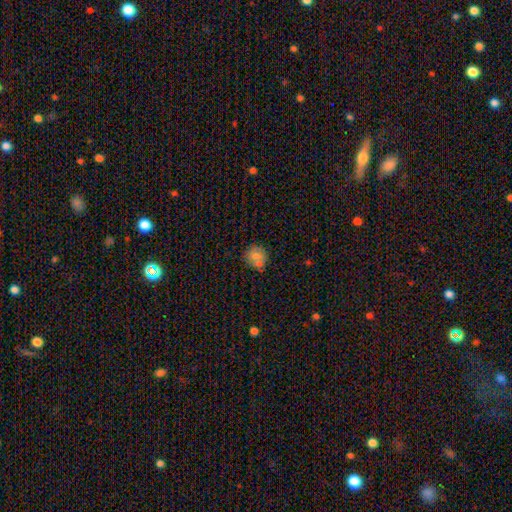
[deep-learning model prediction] The model was most divided on "merging": none: 68%, merger: 16%, minor disturbance: 13%, major disturbance: 4%. More confident: how rounded — round (84%); smooth or featured — smooth (74%).